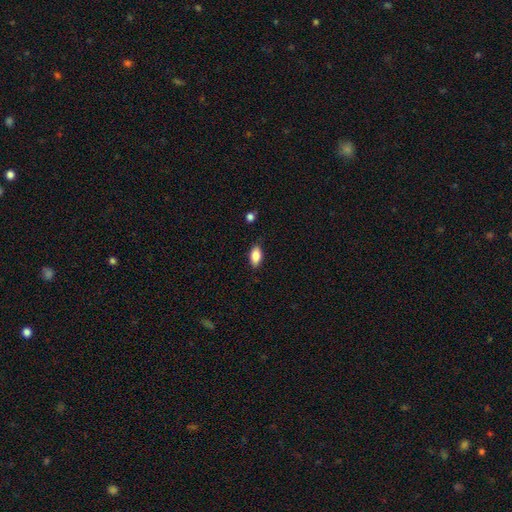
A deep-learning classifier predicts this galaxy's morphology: type=smooth (84%); roundness=in between (90%); merging=none (84%).